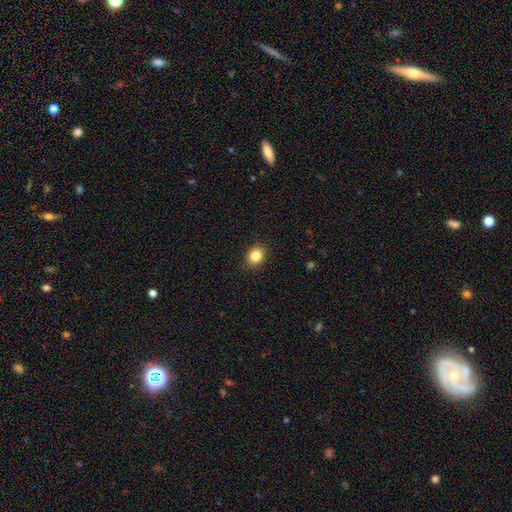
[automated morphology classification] Smooth or featured? Predicted: smooth (p=0.84). How rounded? Predicted: round (p=0.53). Merging? Predicted: none (p=0.88).